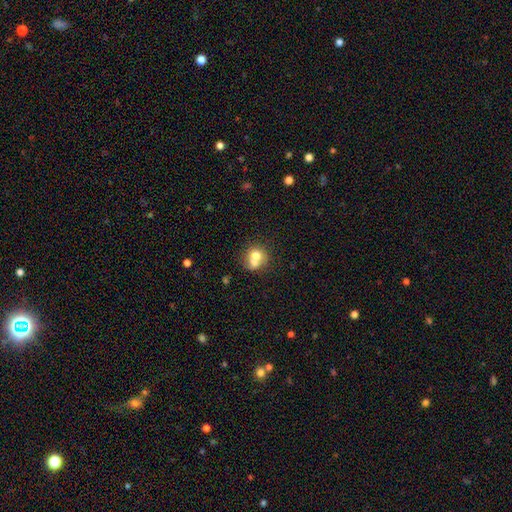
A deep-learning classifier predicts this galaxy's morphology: smooth-or-featured: smooth: 68% | featured or disk: 22% | star or artifact: 10%
  how-rounded: round: 76% | in between: 23% | cigar-shaped: 1%
  merging: merger: 53% | none: 33% | minor disturbance: 9% | major disturbance: 4%